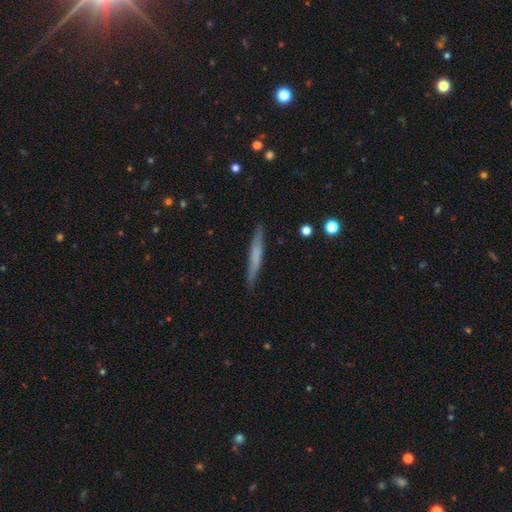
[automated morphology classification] The model was most divided on "smooth or featured": smooth: 57%, featured or disk: 37%, star or artifact: 6%. More confident: how rounded — cigar-shaped (96%); merging — none (88%).